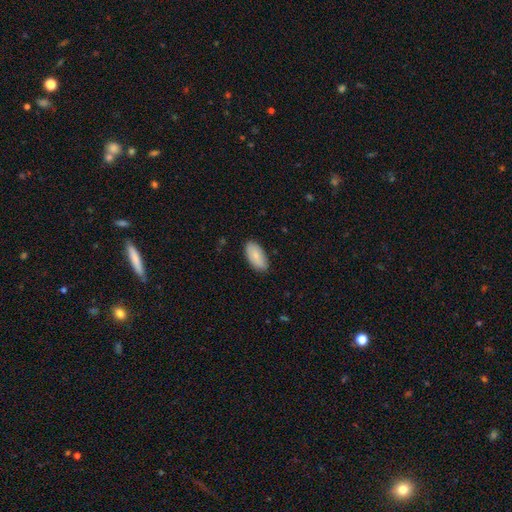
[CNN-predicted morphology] A smooth galaxy with no disk features (81%) that is in between round and cigar-shaped (94%).

Vote fractions:
- Smooth or featured? smooth: 81% / featured or disk: 13% / star or artifact: 6%
- How rounded? in between: 94% / cigar-shaped: 4% / round: 2%
- Merging? none: 86% / minor disturbance: 11% / major disturbance: 2% / merger: 1%